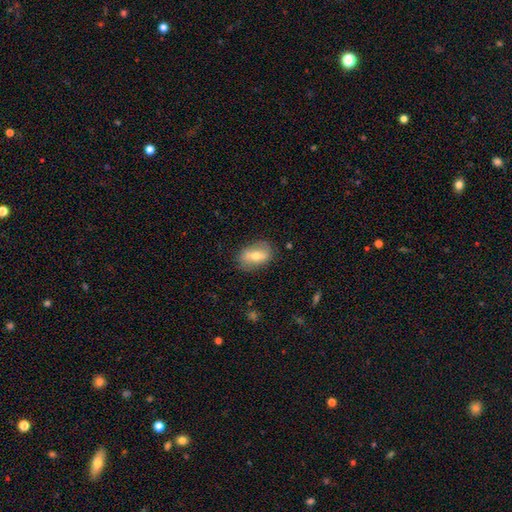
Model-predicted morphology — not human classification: smooth-or-featured: smooth: 56% | featured or disk: 36% | star or artifact: 7%
  how-rounded: in between: 82% | round: 14% | cigar-shaped: 3%
  merging: none: 78% | minor disturbance: 15% | major disturbance: 4% | merger: 2%